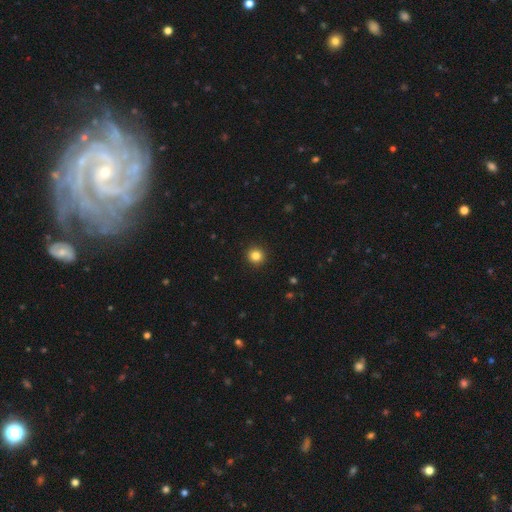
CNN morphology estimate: Smooth or featured? smooth (84%)
How rounded? round (94%)
Merging? none (93%)